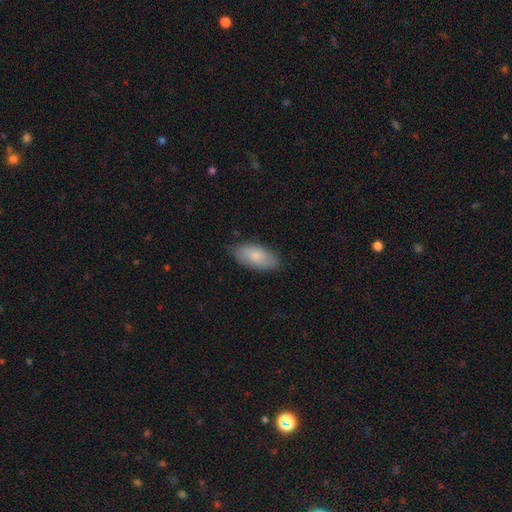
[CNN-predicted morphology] This is likely a smooth galaxy (79%). How rounded: clearly in between (92%). Merging: clearly none (82%).